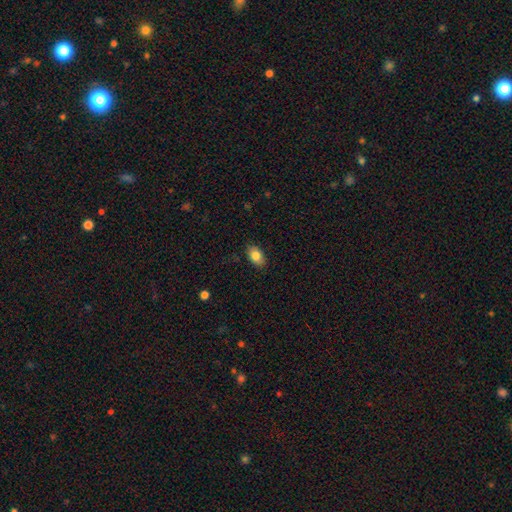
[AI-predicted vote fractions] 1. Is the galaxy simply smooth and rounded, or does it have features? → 83% smooth, 9% featured or disk, 8% star or artifact.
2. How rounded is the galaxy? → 87% in between, 11% round, 2% cigar-shaped.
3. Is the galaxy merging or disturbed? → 85% none, 11% minor disturbance, 2% major disturbance, 1% merger.